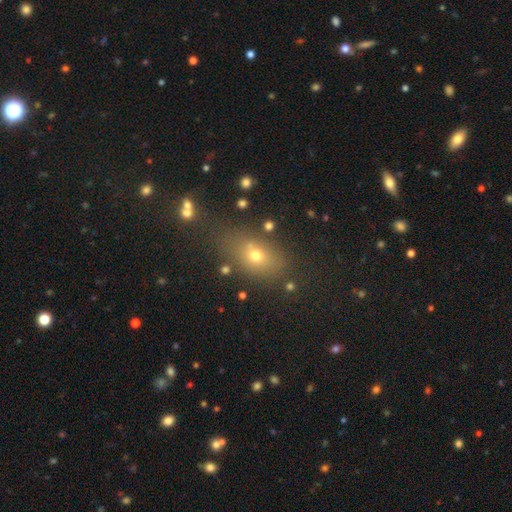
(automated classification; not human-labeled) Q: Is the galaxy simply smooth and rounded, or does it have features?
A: smooth — 64%.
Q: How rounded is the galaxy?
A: in between — 70%.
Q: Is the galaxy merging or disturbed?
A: none — 74%.